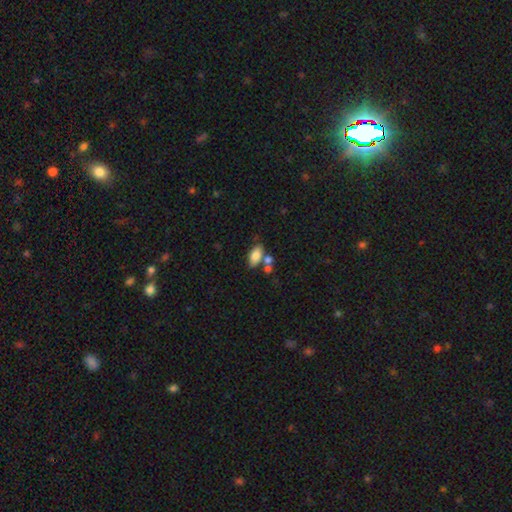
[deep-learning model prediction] The model was most divided on "merging": none: 60%, merger: 23%, minor disturbance: 13%, major disturbance: 4%. More confident: how rounded — in between (90%); smooth or featured — smooth (79%).